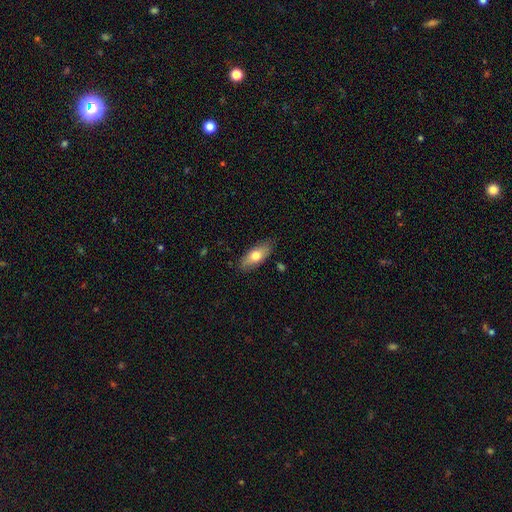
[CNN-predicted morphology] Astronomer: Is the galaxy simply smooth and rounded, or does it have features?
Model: smooth — 70%.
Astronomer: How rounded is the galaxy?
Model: in between — 80%.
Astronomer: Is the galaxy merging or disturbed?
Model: none — 84%.